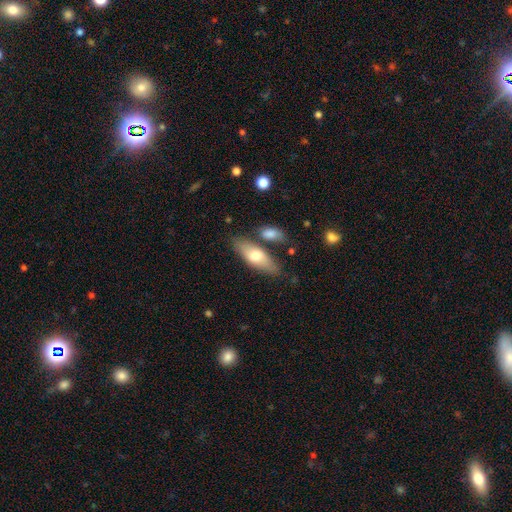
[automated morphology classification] Q: Smooth or featured?
A: smooth (67%); runner-up: featured or disk (27%)
Q: How rounded?
A: in between (70%); runner-up: cigar-shaped (27%)
Q: Merging?
A: none (71%); runner-up: minor disturbance (13%)